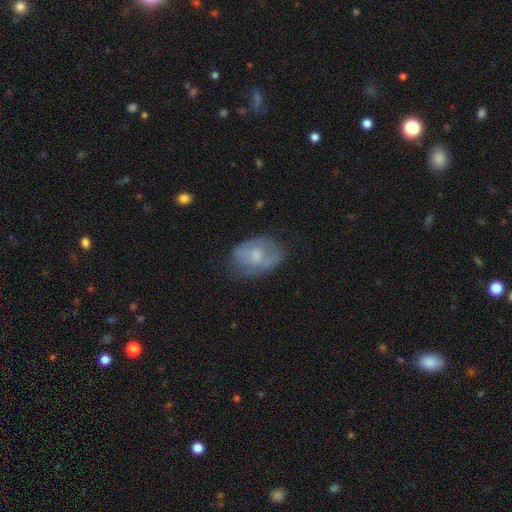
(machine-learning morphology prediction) Overall: smooth (53%; featured or disk 39%). How rounded: in between (79%). Merging: none (61%; minor disturbance 26%).